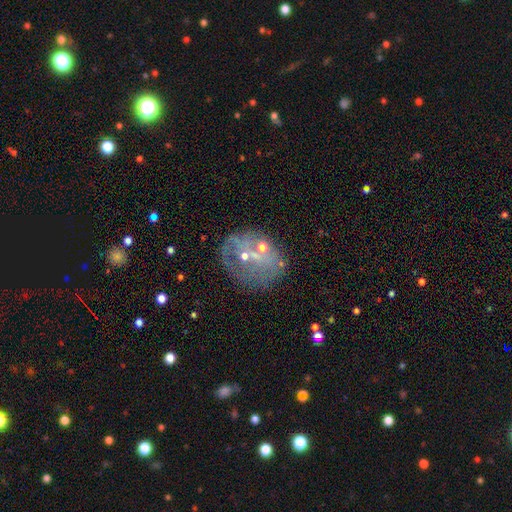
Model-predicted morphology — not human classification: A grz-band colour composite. It shows a featured or disk galaxy (58%) with no bar (66%), no spiral arms (60%) and a small central bulge (64%). Merging: none (55%).